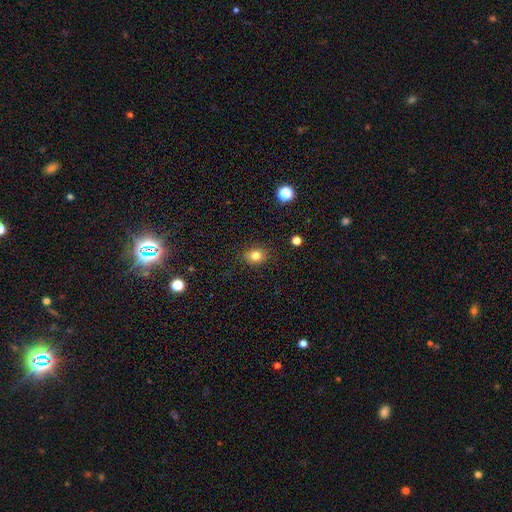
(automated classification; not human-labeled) smooth_or_featured: smooth (p=0.81) [alt: star or artifact p=0.12]
how_rounded: round (p=0.57) [alt: in between p=0.42]
merging: none (p=0.88) [alt: minor disturbance p=0.09]